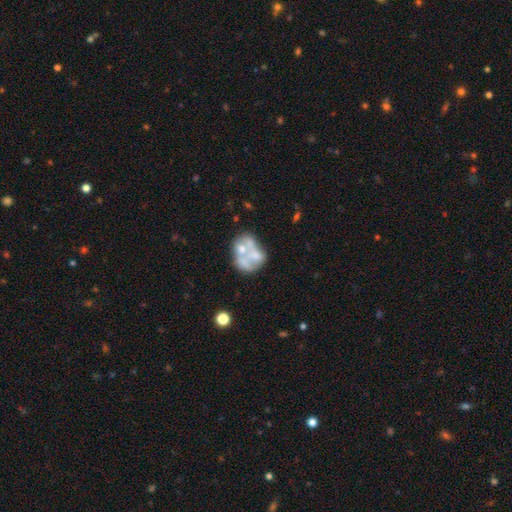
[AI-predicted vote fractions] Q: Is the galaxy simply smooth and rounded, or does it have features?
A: featured or disk — 56%.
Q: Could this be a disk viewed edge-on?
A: no — 98%.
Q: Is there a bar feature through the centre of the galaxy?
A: no — 93%.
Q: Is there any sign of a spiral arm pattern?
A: no — 93%.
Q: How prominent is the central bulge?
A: none — 55%.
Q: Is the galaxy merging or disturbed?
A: merger — 41%.